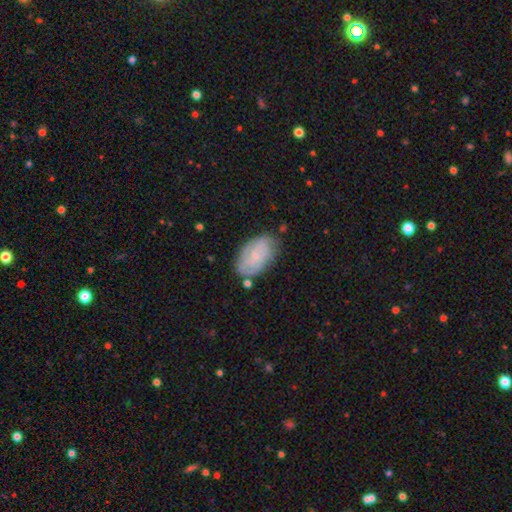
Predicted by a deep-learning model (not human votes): The model was most divided on "smooth or featured": featured or disk: 59%, smooth: 33%, star or artifact: 8%. More confident: edge-on disk — no (96%); spiral arms — yes (85%); merging — none (72%); bulge size — small (70%); bar — no (63%).